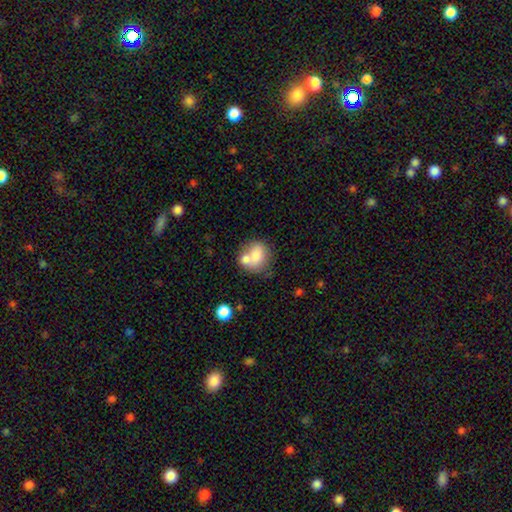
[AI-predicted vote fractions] smooth_or_featured: smooth (p=0.74) [alt: featured or disk p=0.18]
how_rounded: round (p=0.61) [alt: in between p=0.37]
merging: merger (p=0.46) [alt: none p=0.36]